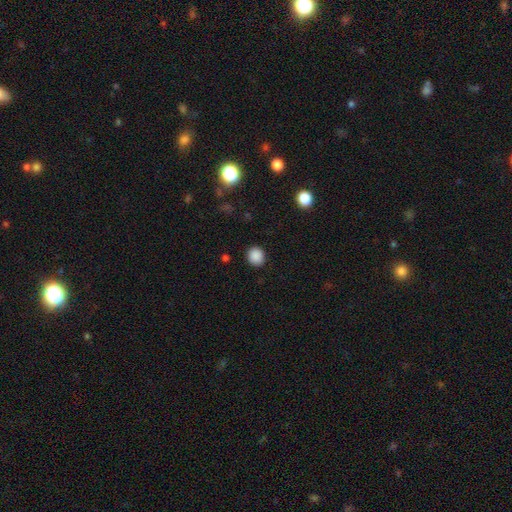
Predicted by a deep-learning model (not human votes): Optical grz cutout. It shows a smooth galaxy with no disk features (88%) that is round (83%). Merging: none (90%).